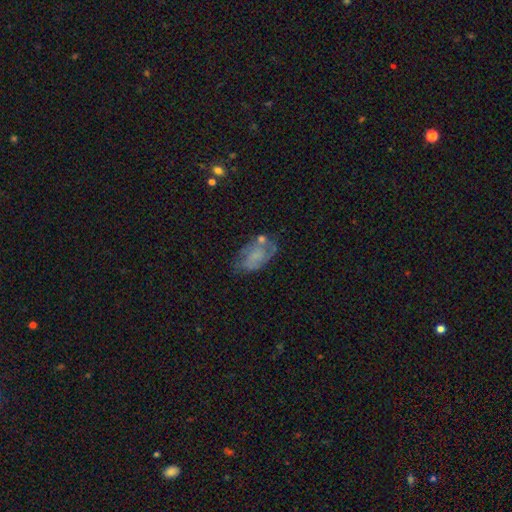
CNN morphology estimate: smooth-or-featured: featured or disk: 49% | smooth: 40% | star or artifact: 10%
  merging: none: 50% | minor disturbance: 27% | major disturbance: 16% | merger: 8%